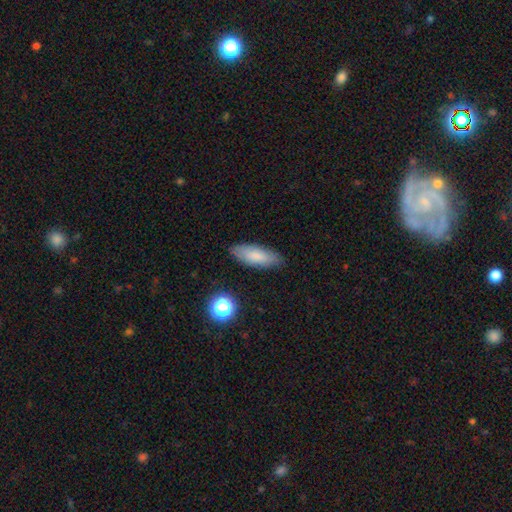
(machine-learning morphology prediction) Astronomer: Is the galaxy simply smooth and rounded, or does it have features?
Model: smooth — 80%.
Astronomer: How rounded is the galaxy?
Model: in between — 70%.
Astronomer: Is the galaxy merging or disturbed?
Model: none — 83%.